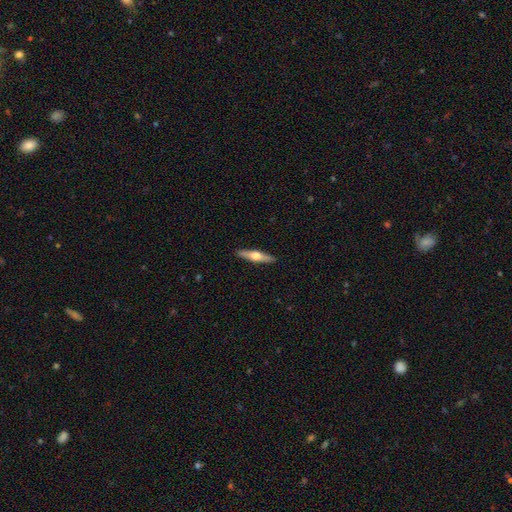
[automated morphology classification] Smooth or featured? Predicted: featured or disk (p=0.56). Edge-on disk? Predicted: yes (p=0.95). Edge-on bulge? Predicted: rounded (p=0.94). Merging? Predicted: none (p=0.91).